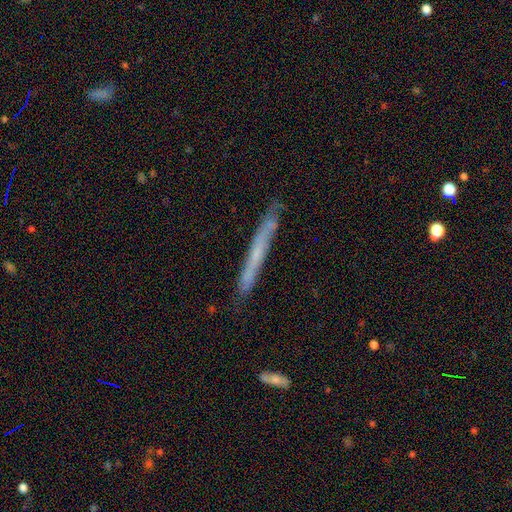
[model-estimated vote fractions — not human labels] Smooth or featured?
  - featured or disk: 48% *
  - smooth: 44%
  - star or artifact: 8%
Merging?
  - none: 82% *
  - minor disturbance: 14%
  - major disturbance: 2%
  - merger: 2%